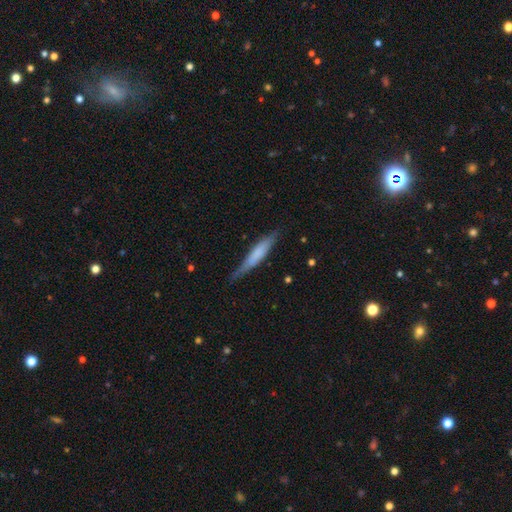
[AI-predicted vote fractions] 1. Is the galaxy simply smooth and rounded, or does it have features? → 58% smooth, 36% featured or disk, 6% star or artifact.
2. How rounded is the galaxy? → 88% cigar-shaped, 11% in between, 1% round.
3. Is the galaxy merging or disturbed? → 69% none, 24% minor disturbance, 5% major disturbance, 2% merger.